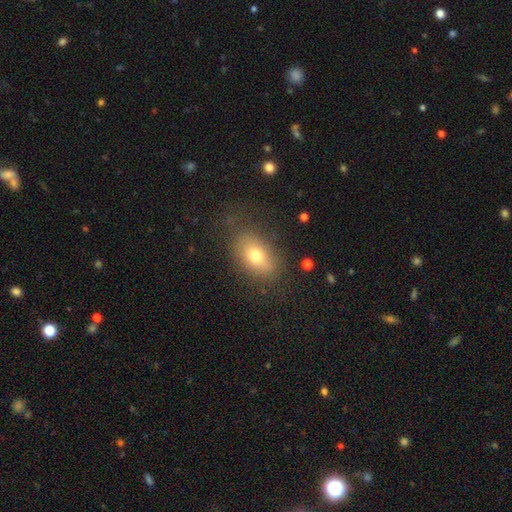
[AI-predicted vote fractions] Smooth or featured: smooth — 73% (featured or disk — 17%)
How rounded: in between — 84% (round — 14%)
Merging: none — 74% (minor disturbance — 17%)